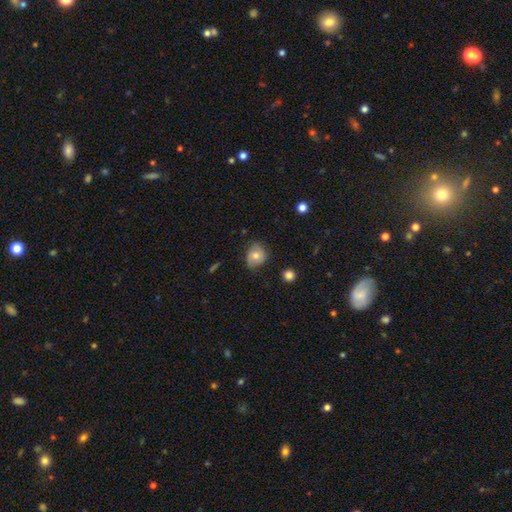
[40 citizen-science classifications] Morphology: type=smooth (85%); roundness=round (68%); merging=none (62%).